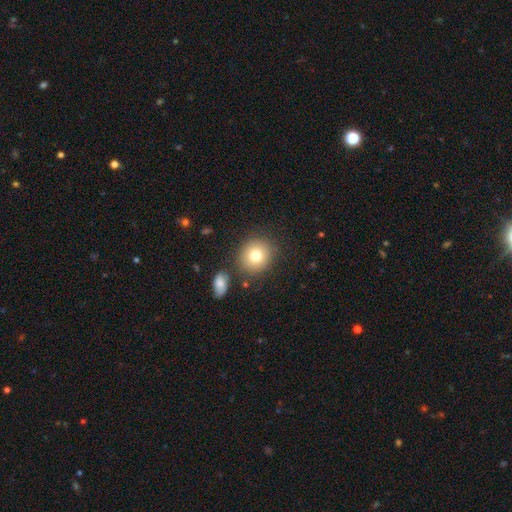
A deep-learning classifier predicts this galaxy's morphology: Smooth or featured?
  - smooth: 78% *
  - featured or disk: 12%
  - star or artifact: 10%
How rounded?
  - round: 84% *
  - in between: 15%
  - cigar-shaped: 1%
Merging?
  - none: 81% *
  - minor disturbance: 9%
  - merger: 7%
  - major disturbance: 3%